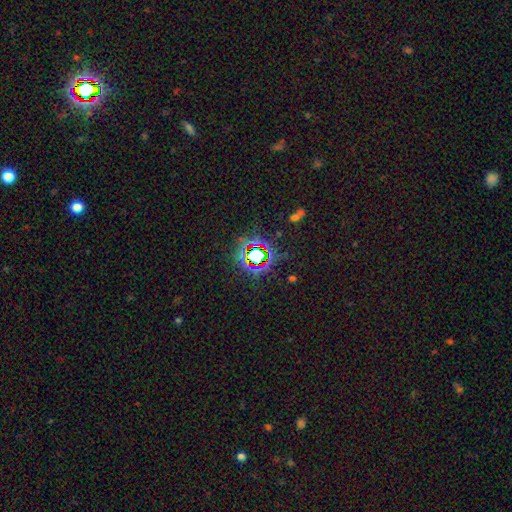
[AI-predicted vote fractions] This is likely a star or artifact rather than a galaxy (75%).